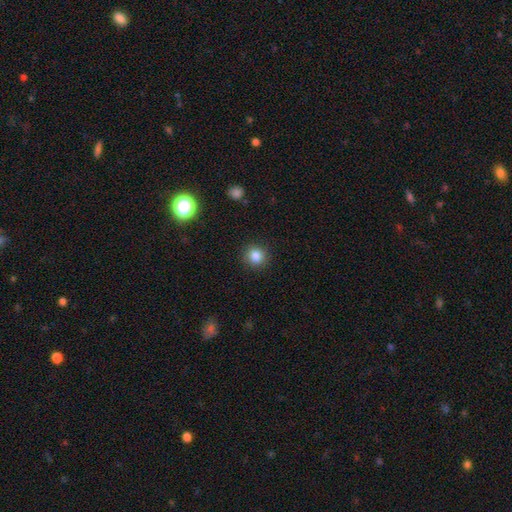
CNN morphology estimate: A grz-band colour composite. It shows a smooth galaxy with no disk features (84%) that is round (90%). Merging: none (90%).